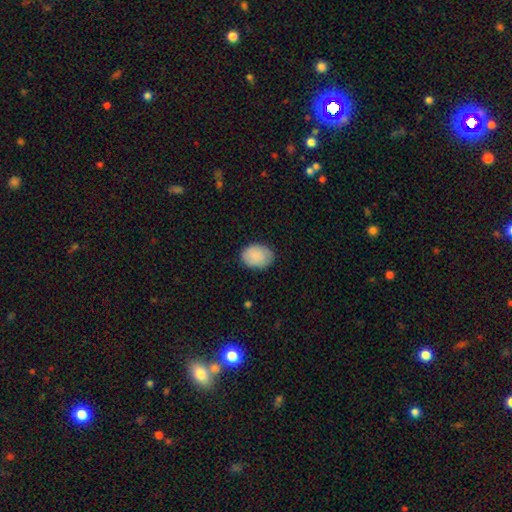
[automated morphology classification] smooth_or_featured: smooth (p=0.88) [alt: star or artifact p=0.06]
how_rounded: in between (p=0.67) [alt: round p=0.32]
merging: none (p=0.79) [alt: minor disturbance p=0.17]